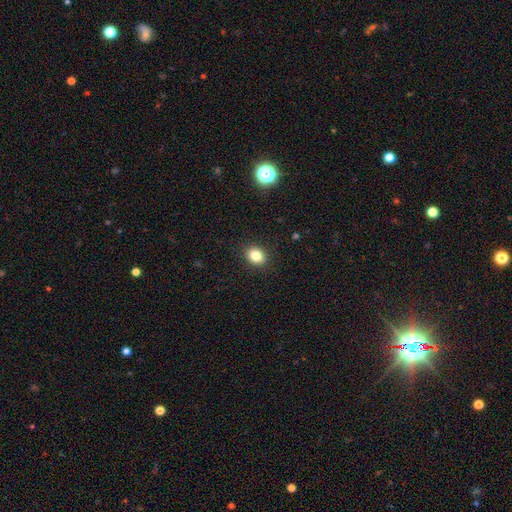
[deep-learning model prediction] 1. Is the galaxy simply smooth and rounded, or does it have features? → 83% smooth, 10% star or artifact, 6% featured or disk.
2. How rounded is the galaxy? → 51% in between, 48% round, 1% cigar-shaped.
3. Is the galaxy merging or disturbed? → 90% none, 7% minor disturbance, 2% major disturbance, 1% merger.